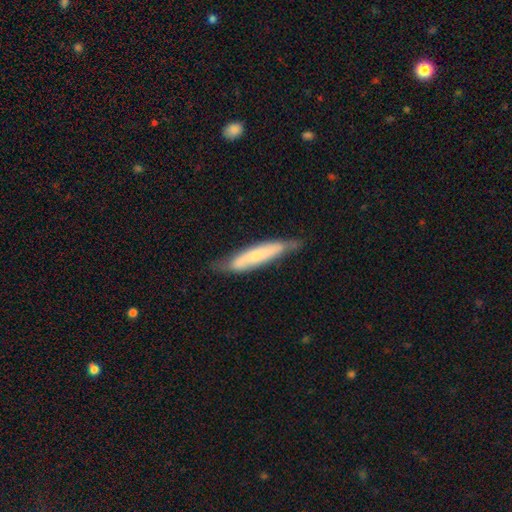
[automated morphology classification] Smooth or featured? smooth (51%)
How rounded? cigar-shaped (79%)
Merging? none (62%)